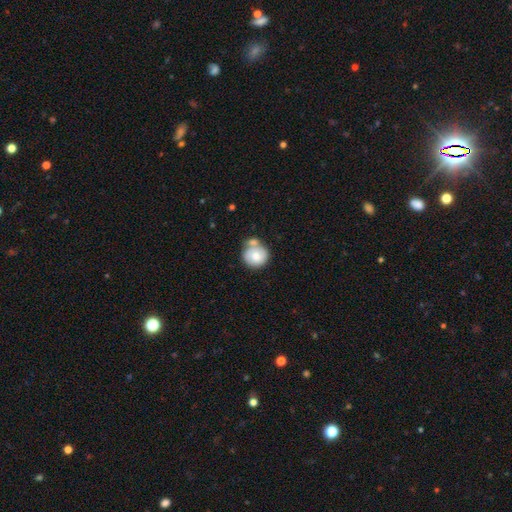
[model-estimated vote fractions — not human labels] Smooth or featured? smooth (76%)
How rounded? round (88%)
Merging? none (44%)